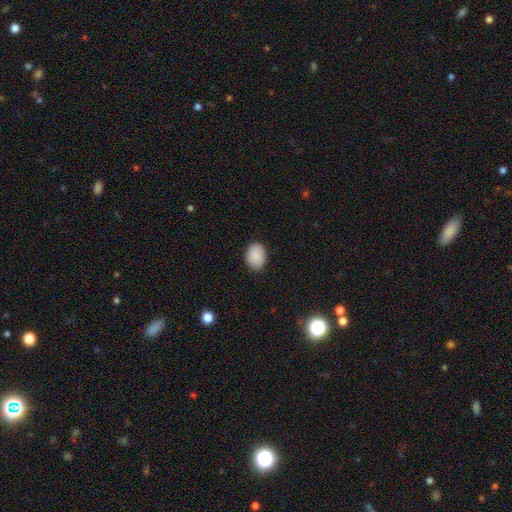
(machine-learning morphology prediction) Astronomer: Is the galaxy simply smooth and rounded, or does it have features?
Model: smooth — 89%.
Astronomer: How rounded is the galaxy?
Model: in between — 68%.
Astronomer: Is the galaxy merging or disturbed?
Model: none — 86%.